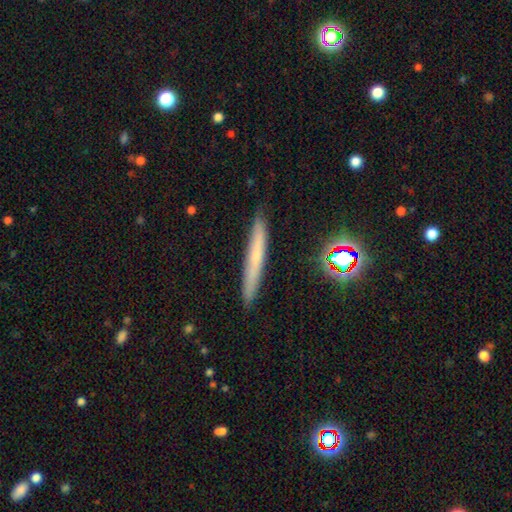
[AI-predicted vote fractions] This is possibly a smooth galaxy (54%). How rounded: clearly cigar-shaped (95%). Merging: clearly none (88%).